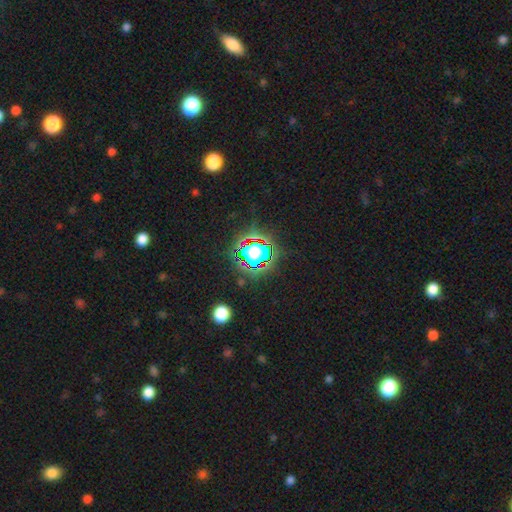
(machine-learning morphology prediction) The model was most divided on "smooth or featured": star or artifact: 76%, smooth: 15%, featured or disk: 9%.